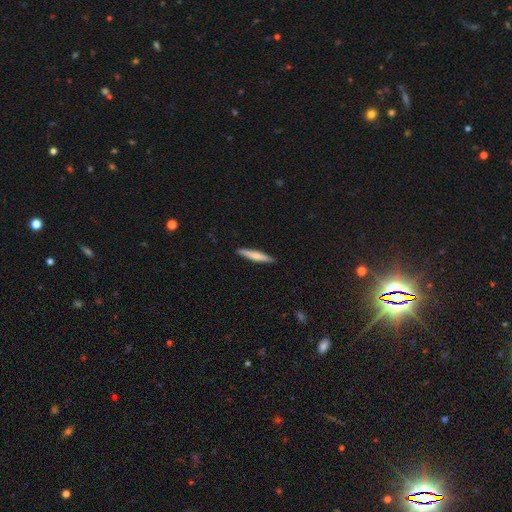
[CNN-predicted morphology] type=smooth (65%); roundness=cigar-shaped (93%); merging=none (90%).